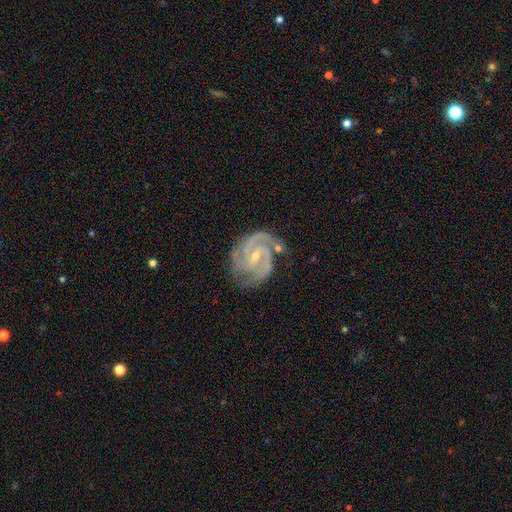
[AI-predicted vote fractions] Q: Smooth or featured?
A: featured or disk (93%); runner-up: star or artifact (4%)
Q: Edge-on disk?
A: no (98%); runner-up: yes (2%)
Q: Bar?
A: weak (46%); runner-up: no (32%)
Q: Spiral arms?
A: yes (99%); runner-up: no (1%)
Q: Spiral winding?
A: tight (51%); runner-up: medium (44%)
Q: Spiral arm count?
A: 3 (47%); runner-up: 2 (35%)
Q: Bulge size?
A: small (68%); runner-up: moderate (28%)
Q: Merging?
A: none (69%); runner-up: minor disturbance (20%)